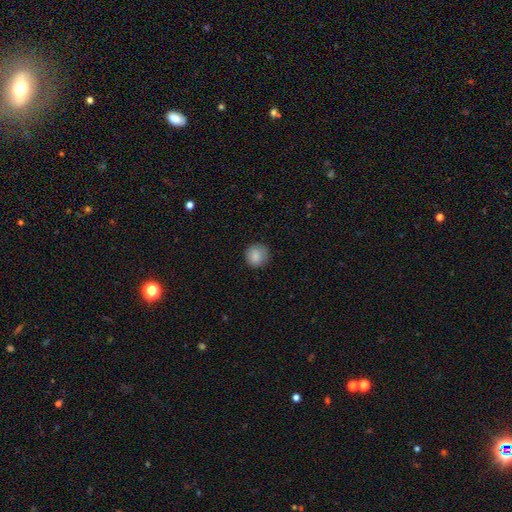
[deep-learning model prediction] smooth_or_featured: smooth (p=0.87) [alt: star or artifact p=0.08]
how_rounded: round (p=0.92) [alt: in between p=0.07]
merging: none (p=0.86) [alt: minor disturbance p=0.10]